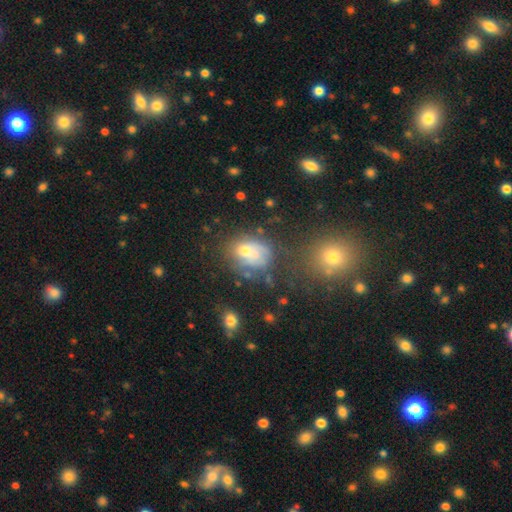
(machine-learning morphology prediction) smooth_or_featured: smooth (p=0.55) [alt: featured or disk p=0.29]
how_rounded: in between (p=0.54) [alt: round p=0.45]
merging: none (p=0.36) [alt: merger p=0.25]